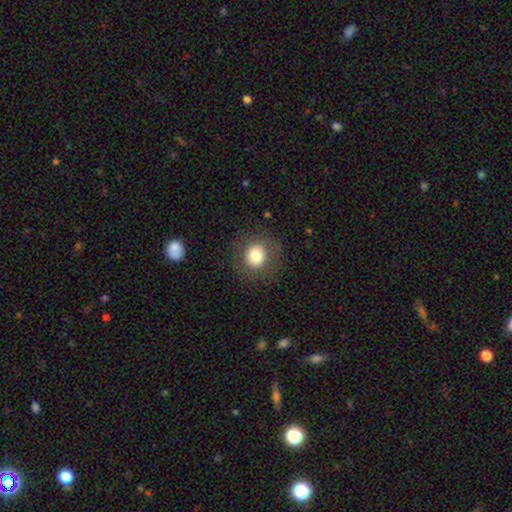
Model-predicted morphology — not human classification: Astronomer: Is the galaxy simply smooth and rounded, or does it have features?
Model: smooth — 77%.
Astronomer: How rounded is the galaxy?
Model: round — 87%.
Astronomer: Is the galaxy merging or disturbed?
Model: none — 85%.